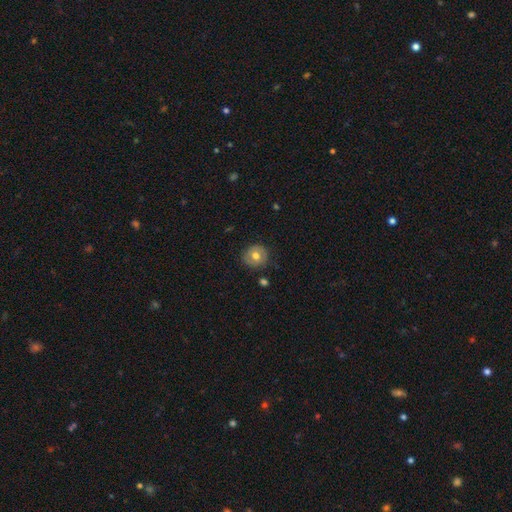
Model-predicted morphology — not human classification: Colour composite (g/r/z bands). It shows a smooth galaxy with no disk features (63%) that is round (88%). Merging: none (84%).